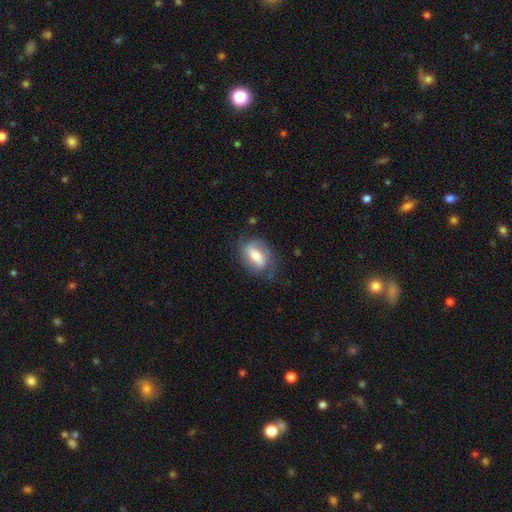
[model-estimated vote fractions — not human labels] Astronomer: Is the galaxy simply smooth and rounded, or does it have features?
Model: smooth — 51% (runner-up: featured or disk, 42%).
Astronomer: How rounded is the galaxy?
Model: in between — 82%.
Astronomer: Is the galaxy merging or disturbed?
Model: none — 61%.